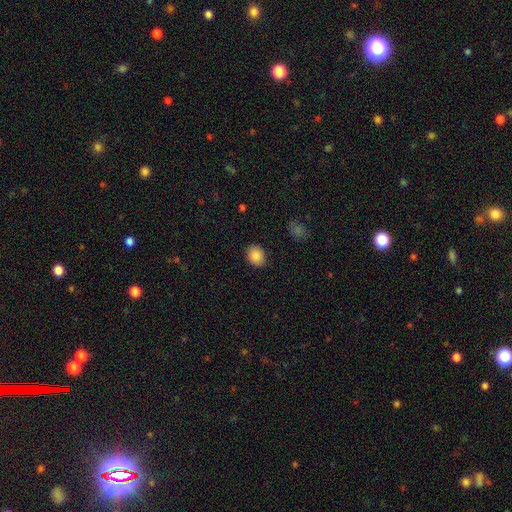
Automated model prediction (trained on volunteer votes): Overall: smooth (88%). How rounded: round (52%; in between 47%). Merging: none (88%).